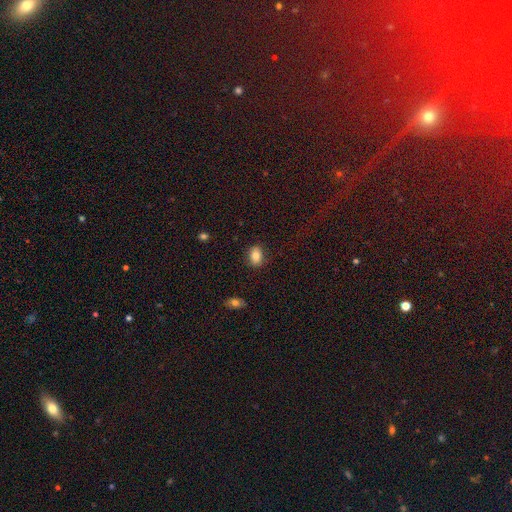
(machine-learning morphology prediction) This is clearly a smooth galaxy (83%). How rounded: likely in between (71%). Merging: clearly none (87%).